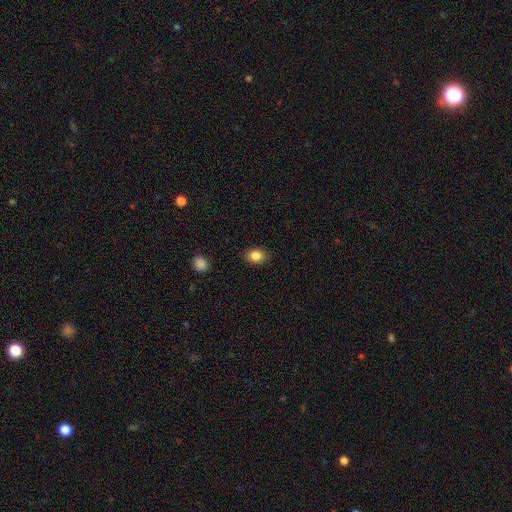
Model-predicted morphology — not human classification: smooth-or-featured: smooth: 85% | star or artifact: 10% | featured or disk: 5%
  how-rounded: in between: 58% | round: 41% | cigar-shaped: 1%
  merging: none: 87% | minor disturbance: 9% | major disturbance: 2% | merger: 1%